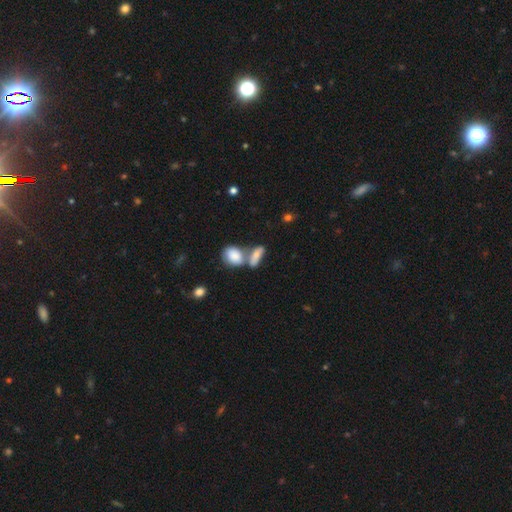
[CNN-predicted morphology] smooth 76%, featured or disk 16%, star or artifact 8%. Down the decision tree: how rounded — in between (71%); merging — merger (51%).